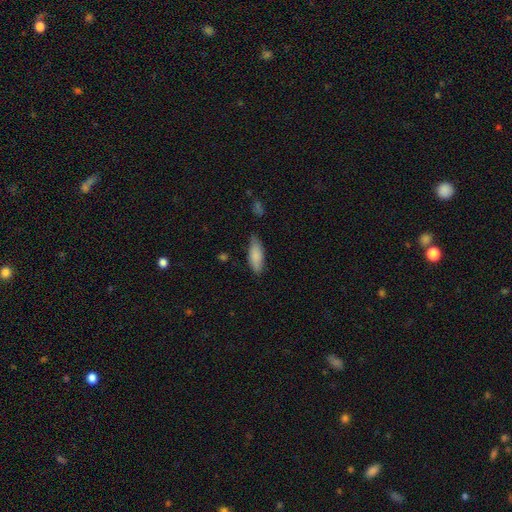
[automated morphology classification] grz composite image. It shows a smooth galaxy with no disk features (85%) that is in between round and cigar-shaped (71%). Merging: none (70%).